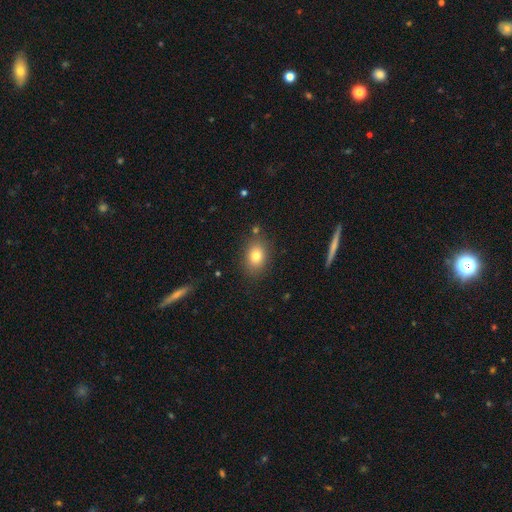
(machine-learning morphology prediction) smooth_or_featured: smooth (p=0.78) [alt: star or artifact p=0.11]
how_rounded: in between (p=0.66) [alt: round p=0.32]
merging: none (p=0.83) [alt: minor disturbance p=0.11]